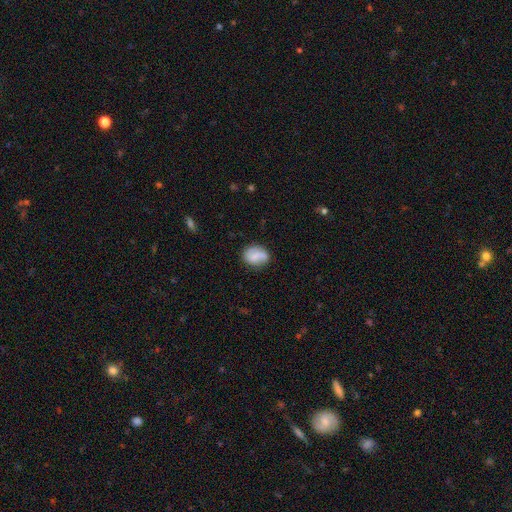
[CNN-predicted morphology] smooth-or-featured: smooth: 68% | featured or disk: 24% | star or artifact: 8%
  how-rounded: in between: 62% | round: 36% | cigar-shaped: 1%
  merging: none: 62% | minor disturbance: 24% | major disturbance: 7% | merger: 7%